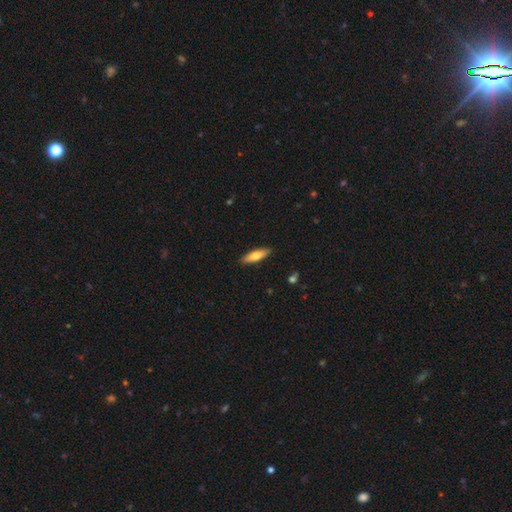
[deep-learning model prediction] This is likely a smooth galaxy (68%). How rounded: possibly cigar-shaped (58%). Merging: clearly none (90%).